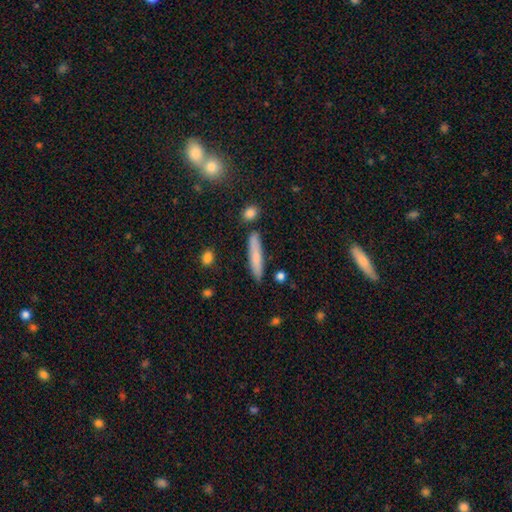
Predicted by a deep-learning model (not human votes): A smooth galaxy with no disk features (75%) that is cigar-shaped (91%). Merging: none (84%).